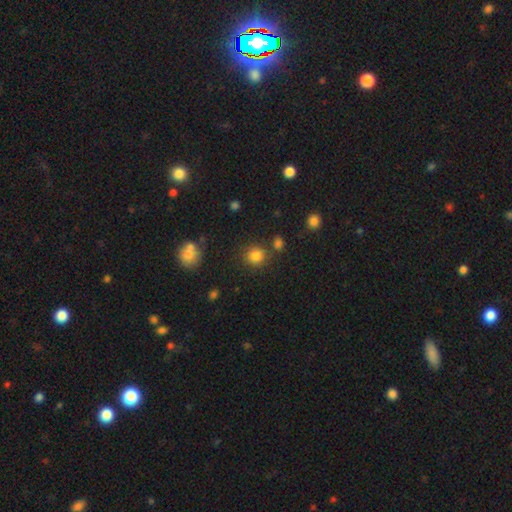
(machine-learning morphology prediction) smooth 82%, star or artifact 13%, featured or disk 5%. Down the decision tree: how rounded — round (88%); merging — none (80%).